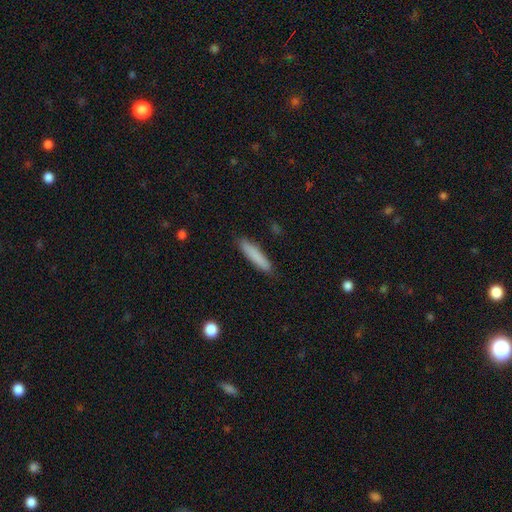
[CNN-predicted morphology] Smooth or featured? smooth (84%)
How rounded? cigar-shaped (88%)
Merging? none (88%)